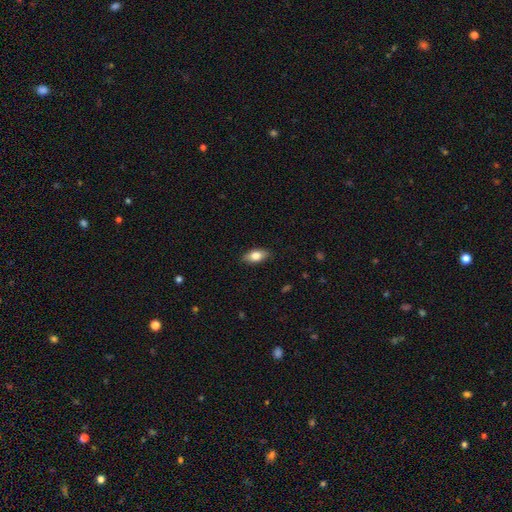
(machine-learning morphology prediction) This is likely a smooth galaxy (75%). How rounded: clearly in between (85%). Merging: clearly none (87%).